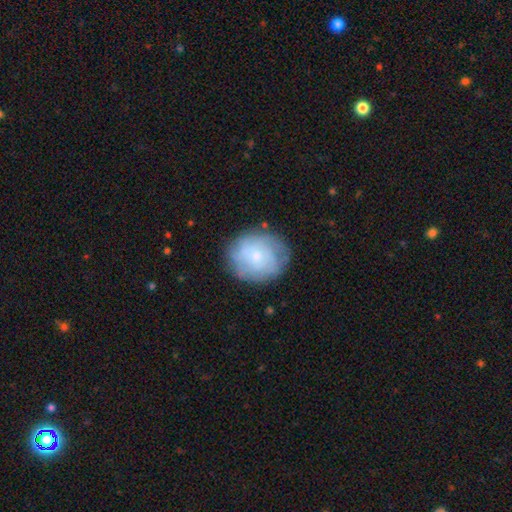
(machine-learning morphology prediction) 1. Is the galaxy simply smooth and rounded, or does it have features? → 49% smooth, 43% featured or disk, 8% star or artifact.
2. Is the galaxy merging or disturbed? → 77% none, 16% minor disturbance, 5% major disturbance, 1% merger.